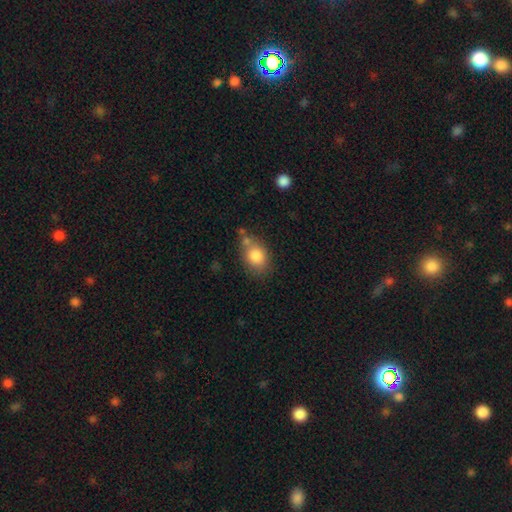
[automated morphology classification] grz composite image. It shows a smooth galaxy with no disk features (84%) that is in between round and cigar-shaped (64%). Merging: none (59%).